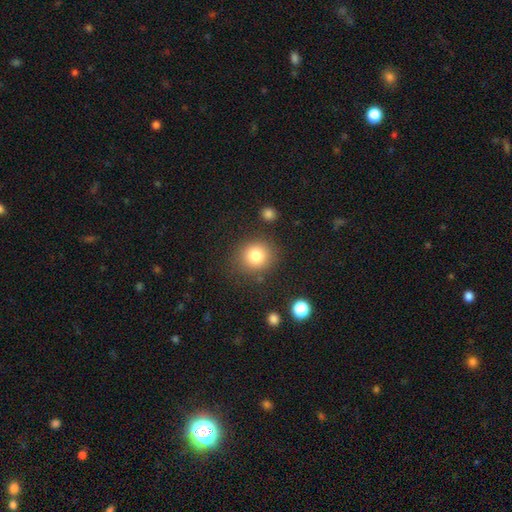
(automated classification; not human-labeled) A smooth galaxy with no disk features (81%) that is round (85%).

Vote fractions:
- Smooth or featured? smooth: 81% / star or artifact: 11% / featured or disk: 8%
- How rounded? round: 85% / in between: 14% / cigar-shaped: 1%
- Merging? none: 82% / minor disturbance: 10% / major disturbance: 4% / merger: 4%